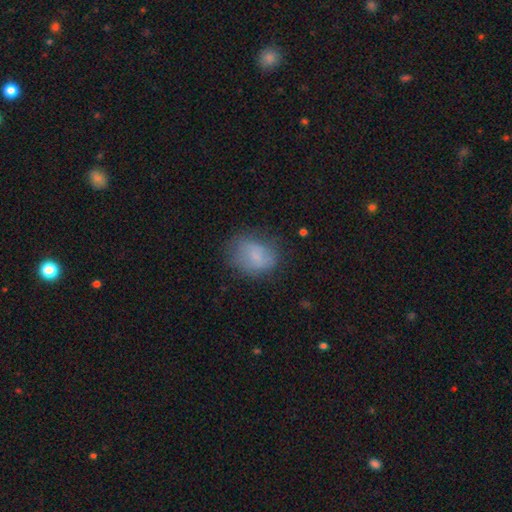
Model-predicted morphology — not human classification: smooth 73%, featured or disk 18%, star or artifact 9%. Down the decision tree: how rounded — in between (59%); merging — none (61%).